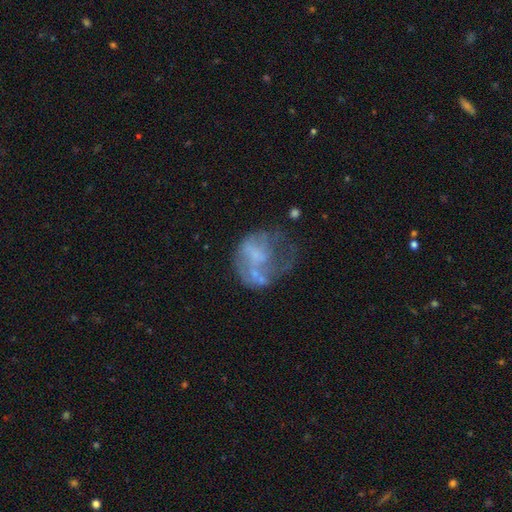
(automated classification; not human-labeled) A featured or disk galaxy (56%) with no bar (73%), no spiral arms (74%) and no central bulge (58%). Merging: major disturbance (38%).